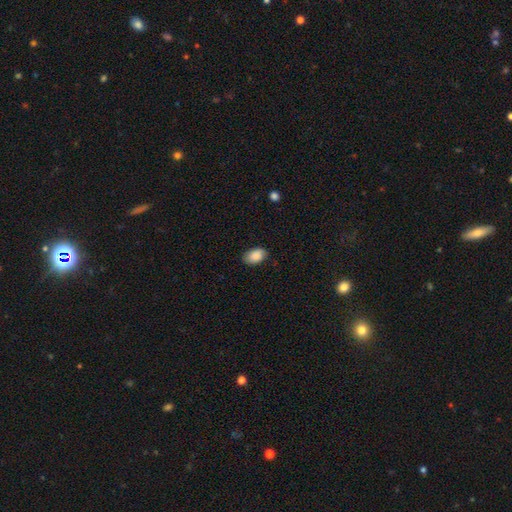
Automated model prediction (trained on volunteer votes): The model was most divided on "merging": none: 81%, minor disturbance: 16%, major disturbance: 3%, merger: 1%. More confident: how rounded — in between (90%); smooth or featured — smooth (88%).